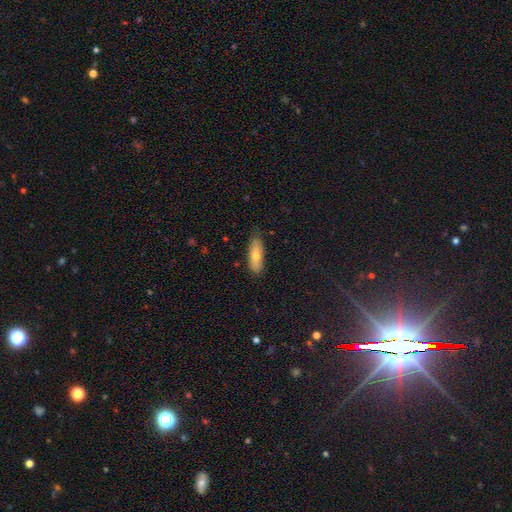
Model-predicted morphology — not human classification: The model was most divided on "how rounded": in between: 64%, cigar-shaped: 33%, round: 3%. More confident: merging — none (80%); smooth or featured — smooth (68%).